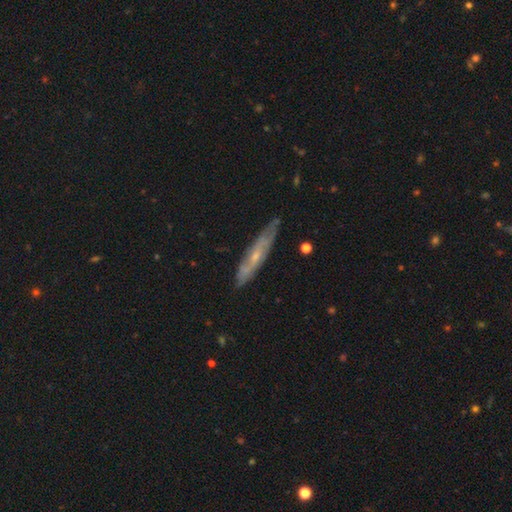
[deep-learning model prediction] Smooth or featured? Predicted: featured or disk (p=0.65). Edge-on disk? Predicted: yes (p=0.59). Merging? Predicted: none (p=0.76).